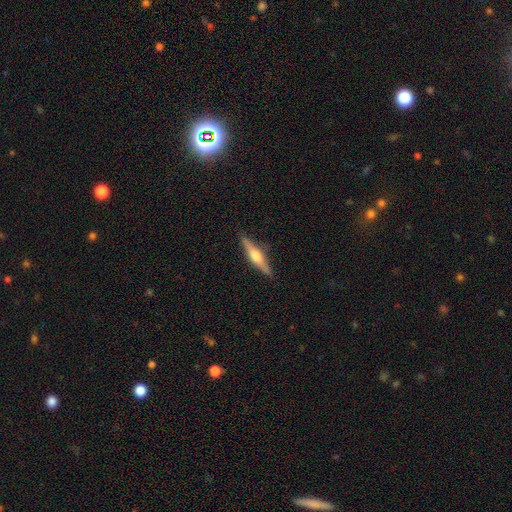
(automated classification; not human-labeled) smooth_or_featured: featured or disk (p=0.59) [alt: smooth p=0.35]
disk_edge_on: yes (p=0.96) [alt: no p=0.04]
edge_on_bulge: rounded (p=0.89) [alt: boxy p=0.07]
merging: none (p=0.87) [alt: minor disturbance p=0.10]